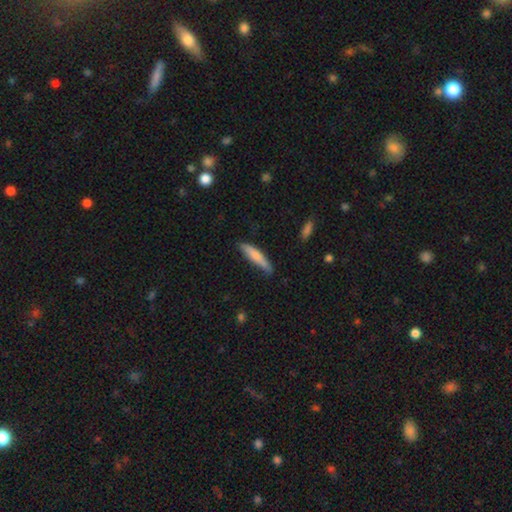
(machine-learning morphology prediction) This is likely a smooth galaxy (76%). How rounded: clearly cigar-shaped (84%). Merging: likely none (71%).